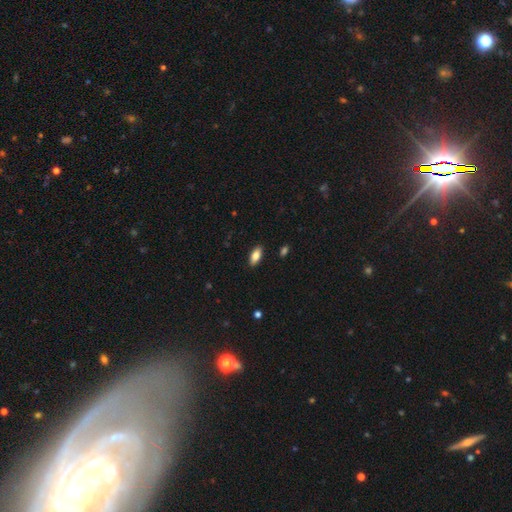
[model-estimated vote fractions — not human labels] smooth 82%, featured or disk 11%, star or artifact 7%. Down the decision tree: how rounded — in between (89%); merging — none (89%).